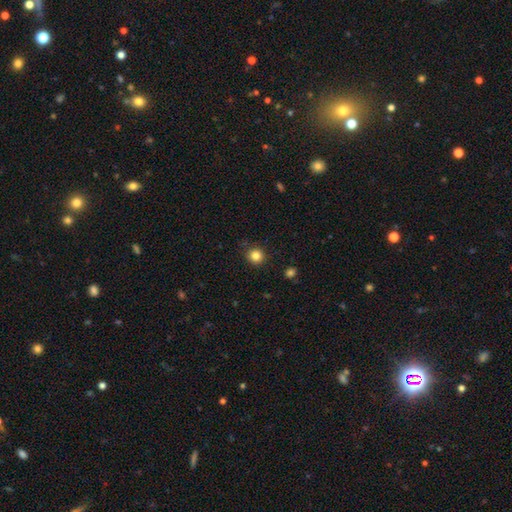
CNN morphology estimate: A smooth galaxy with no disk features (84%) that is round (91%).

Vote fractions:
- Smooth or featured? smooth: 84% / star or artifact: 12% / featured or disk: 4%
- How rounded? round: 91% / in between: 8% / cigar-shaped: 1%
- Merging? none: 89% / minor disturbance: 7% / major disturbance: 2% / merger: 1%